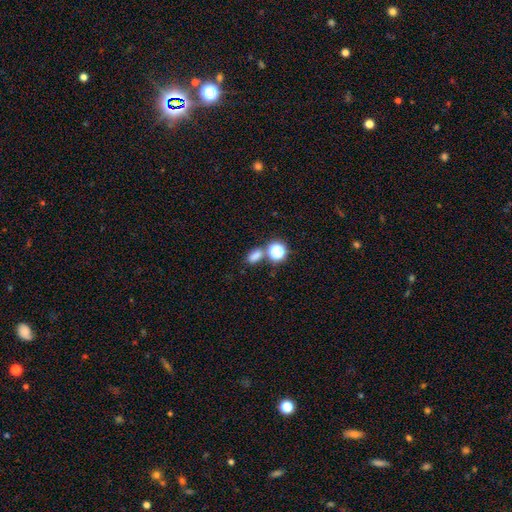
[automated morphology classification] Smooth or featured: smooth — 75% (star or artifact — 19%)
How rounded: in between — 73% (round — 24%)
Merging: none — 65% (merger — 20%)